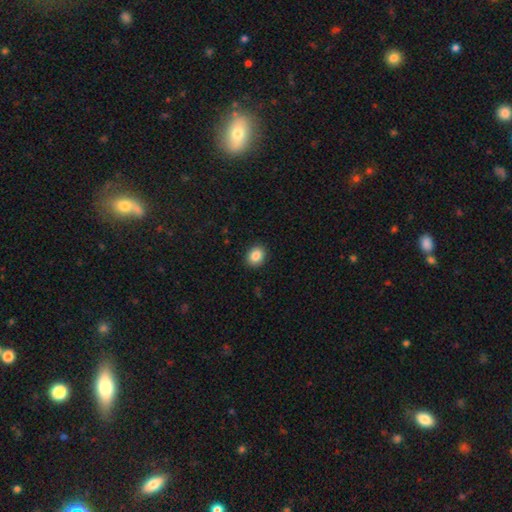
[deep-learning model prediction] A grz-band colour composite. It shows a smooth galaxy with no disk features (87%) that is round (52%). Merging: none (91%).